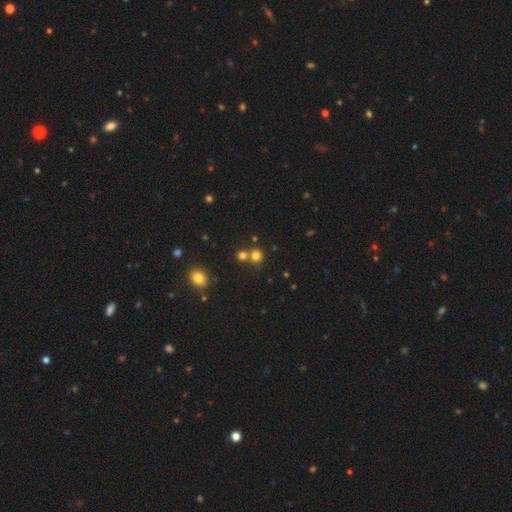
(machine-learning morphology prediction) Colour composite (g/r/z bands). It shows a smooth galaxy with no disk features (76%) that is round (89%). Merging: none (63%).